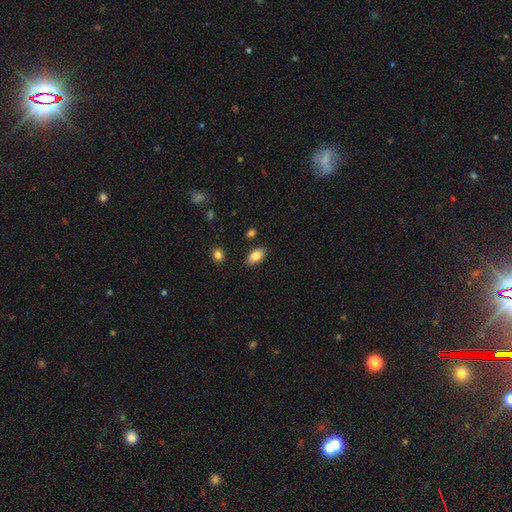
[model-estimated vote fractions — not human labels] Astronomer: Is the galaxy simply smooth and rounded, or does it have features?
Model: smooth — 85%.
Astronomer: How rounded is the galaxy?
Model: in between — 92%.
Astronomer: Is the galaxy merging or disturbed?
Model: none — 85%.